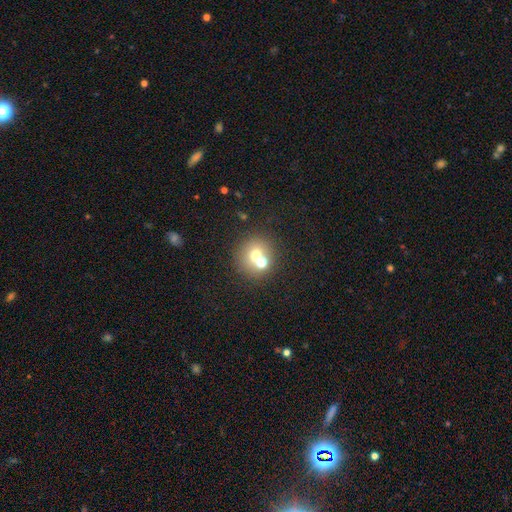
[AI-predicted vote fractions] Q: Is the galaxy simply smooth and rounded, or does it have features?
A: smooth — 64%.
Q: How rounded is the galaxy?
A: round — 88%.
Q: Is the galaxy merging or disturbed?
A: none — 52%.